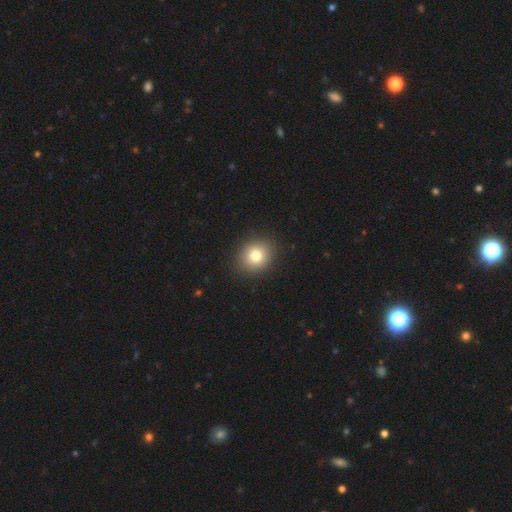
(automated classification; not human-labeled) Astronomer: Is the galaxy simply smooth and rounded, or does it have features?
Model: smooth — 81%.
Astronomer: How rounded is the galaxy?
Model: round — 69%.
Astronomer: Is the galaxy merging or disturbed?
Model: none — 90%.